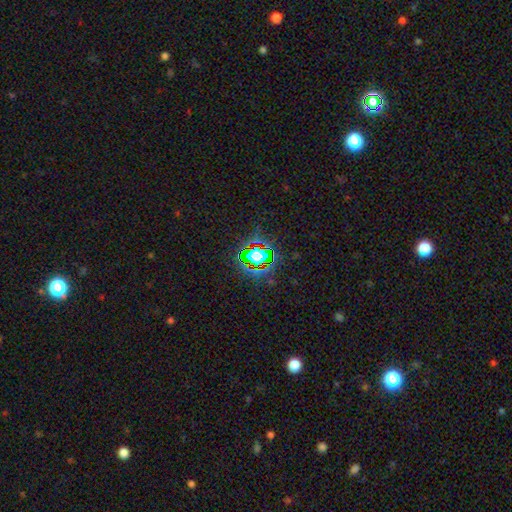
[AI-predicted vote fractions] Morphology: type=star or artifact (68%).